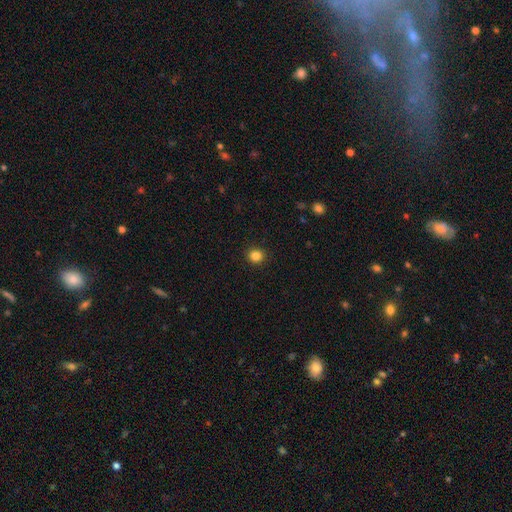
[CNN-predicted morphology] Q: Smooth or featured?
A: smooth (85%); runner-up: star or artifact (11%)
Q: How rounded?
A: round (89%); runner-up: in between (10%)
Q: Merging?
A: none (93%); runner-up: minor disturbance (5%)